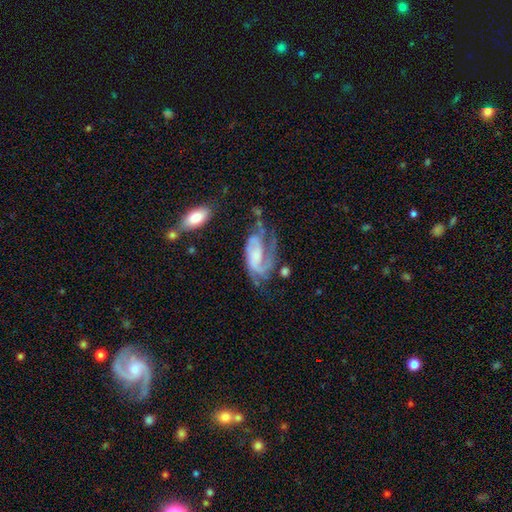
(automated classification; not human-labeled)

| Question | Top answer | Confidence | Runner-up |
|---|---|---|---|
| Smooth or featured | featured or disk | 83% | smooth (11%) |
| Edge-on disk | no | 96% | yes (4%) |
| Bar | no | 54% | weak (35%) |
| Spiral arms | yes | 94% | no (6%) |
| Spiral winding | medium | 45% | tight (37%) |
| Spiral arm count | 2 | 52% | can't tell (16%) |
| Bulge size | small | 36% | none (28%) |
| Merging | none | 41% | major disturbance (30%) |